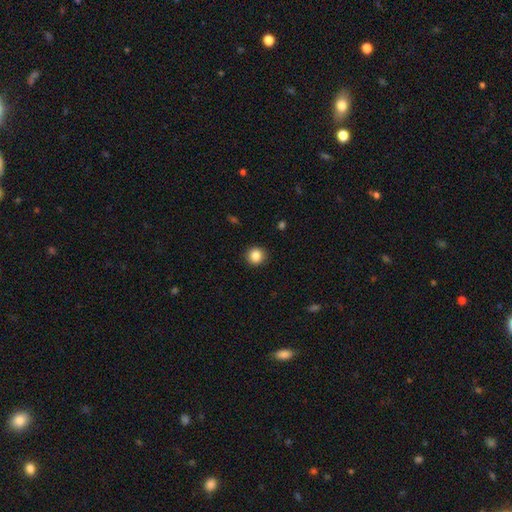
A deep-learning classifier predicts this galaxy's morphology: The model was most divided on "smooth or featured": smooth: 86%, star or artifact: 10%, featured or disk: 4%. More confident: merging — none (91%); how rounded — round (90%).